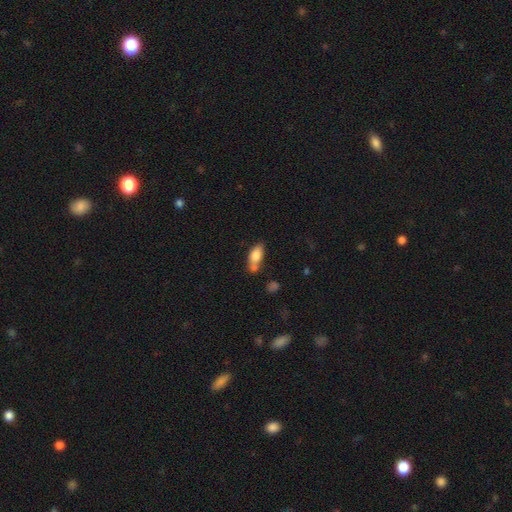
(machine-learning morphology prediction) This appears to be a smooth galaxy with no disk features (79%) that is in between round and cigar-shaped (82%). Merging: none (45%).